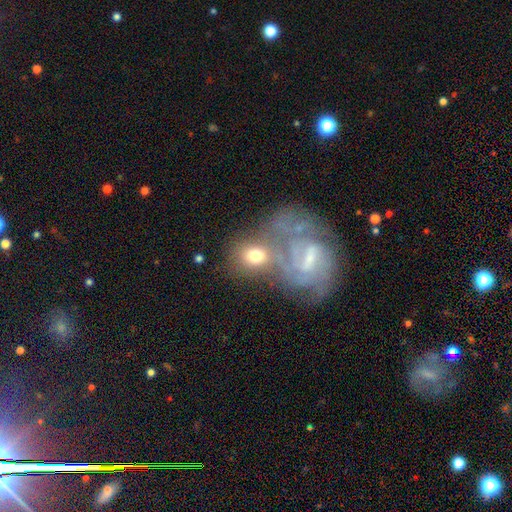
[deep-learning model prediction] The model was most divided on "merging": none: 42%, merger: 35%, minor disturbance: 13%, major disturbance: 10%. More confident: how rounded — in between (56%); smooth or featured — smooth (55%).